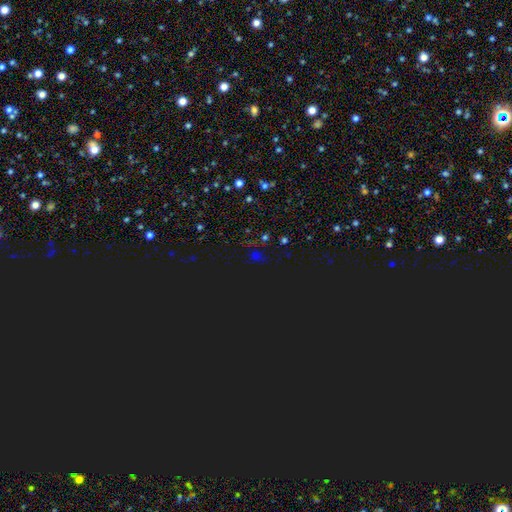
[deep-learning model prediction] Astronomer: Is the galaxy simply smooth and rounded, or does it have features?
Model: star or artifact — 67%.